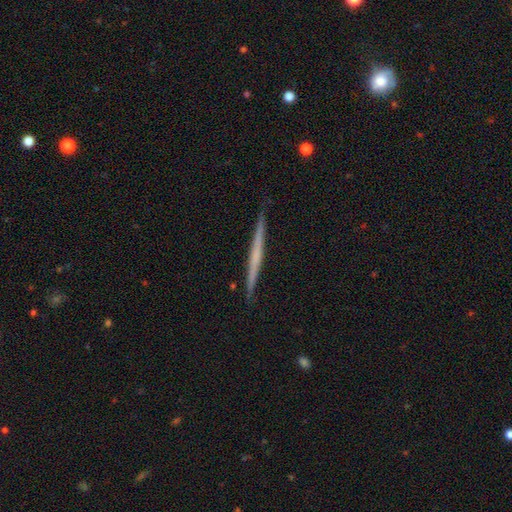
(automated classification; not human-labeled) The model was most divided on "smooth or featured": featured or disk: 58%, smooth: 36%, star or artifact: 5%. More confident: edge-on disk — yes (98%); merging — none (91%); edge-on bulge — none (83%).